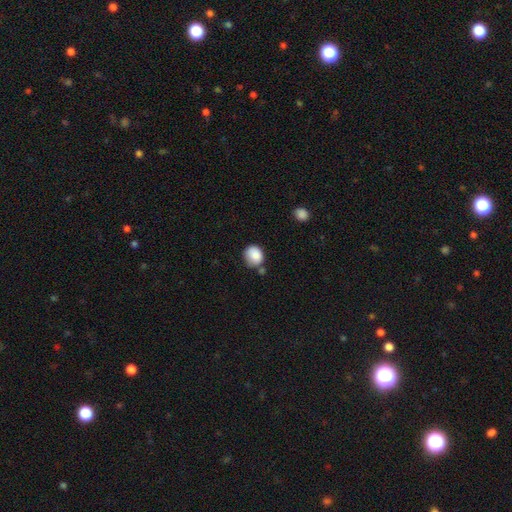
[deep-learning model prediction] Smooth or featured? Predicted: smooth (p=0.86). How rounded? Predicted: round (p=0.68). Merging? Predicted: none (p=0.55).